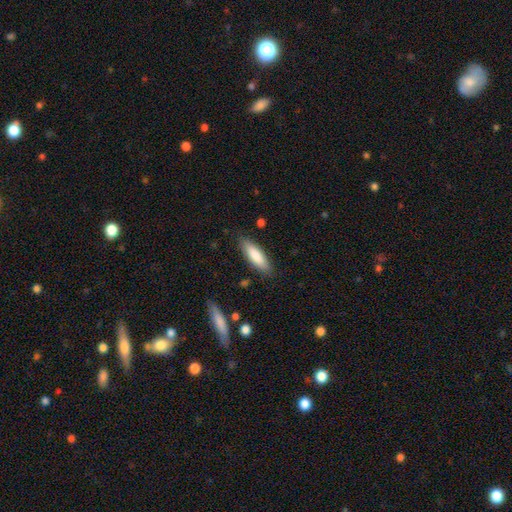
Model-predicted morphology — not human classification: smooth 83%, featured or disk 12%, star or artifact 5%. Down the decision tree: how rounded — cigar-shaped (51%); merging — none (86%).